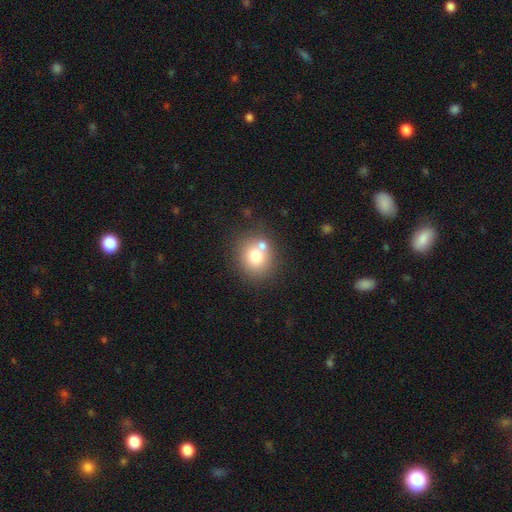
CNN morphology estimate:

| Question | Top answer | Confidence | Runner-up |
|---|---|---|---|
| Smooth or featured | smooth | 72% | featured or disk (16%) |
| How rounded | round | 80% | in between (19%) |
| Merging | none | 62% | merger (24%) |